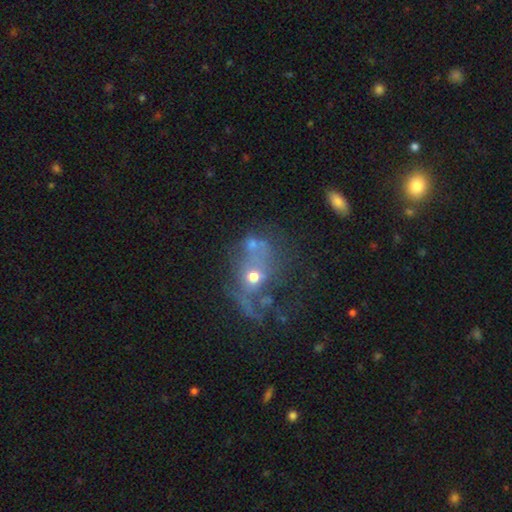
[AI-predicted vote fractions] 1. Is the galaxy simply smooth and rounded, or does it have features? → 50% featured or disk, 29% smooth, 21% star or artifact.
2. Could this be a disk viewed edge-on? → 95% no, 5% yes.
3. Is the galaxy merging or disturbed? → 30% none, 28% major disturbance, 27% merger, 15% minor disturbance.